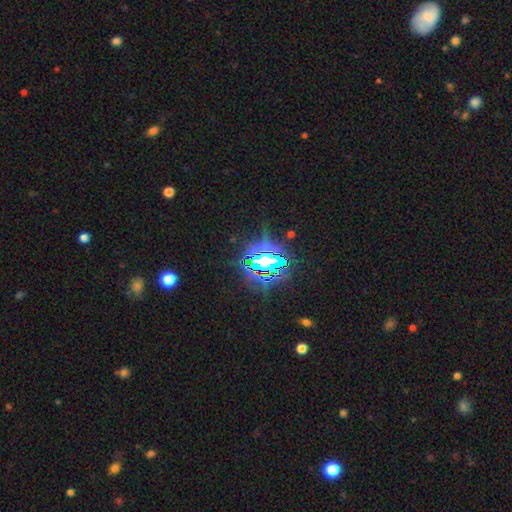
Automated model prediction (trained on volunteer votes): Overall: star or artifact (79%).